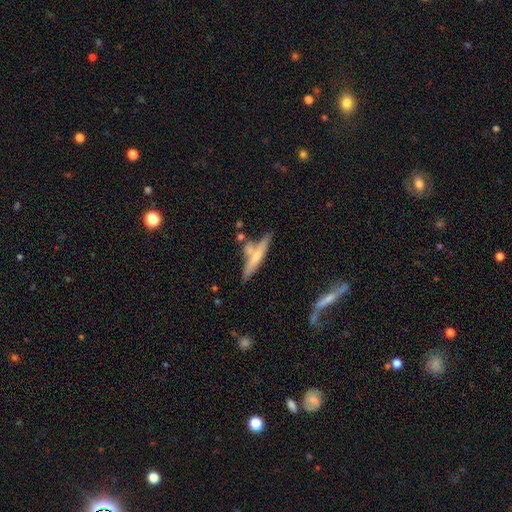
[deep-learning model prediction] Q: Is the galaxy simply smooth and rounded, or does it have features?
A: smooth — 51%.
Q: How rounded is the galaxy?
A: cigar-shaped — 86%.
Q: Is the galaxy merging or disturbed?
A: none — 52%.